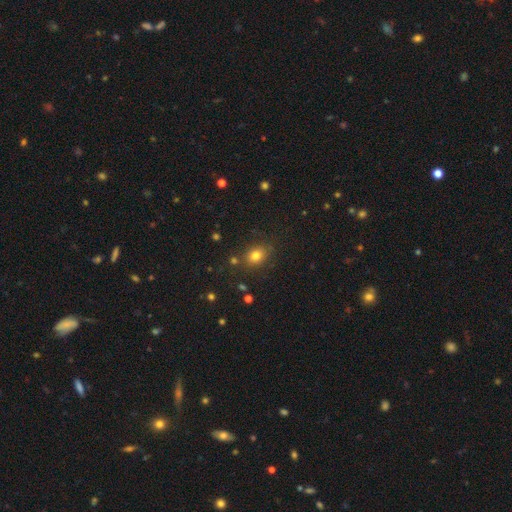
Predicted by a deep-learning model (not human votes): smooth 79%, star or artifact 14%, featured or disk 7%. Down the decision tree: how rounded — in between (55%); merging — none (80%).